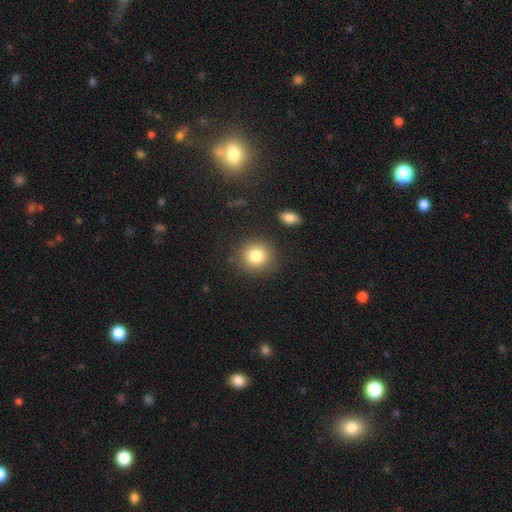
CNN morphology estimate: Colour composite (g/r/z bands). It shows a smooth galaxy with no disk features (82%) that is round (86%). Merging: none (86%).